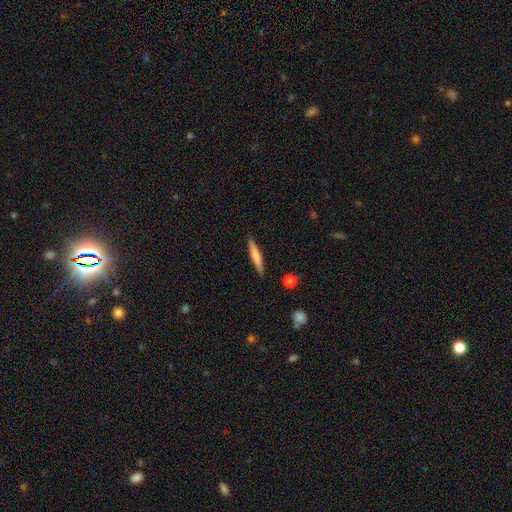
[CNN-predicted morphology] Smooth or featured? Predicted: smooth (p=0.62). How rounded? Predicted: cigar-shaped (p=0.94). Merging? Predicted: none (p=0.89).